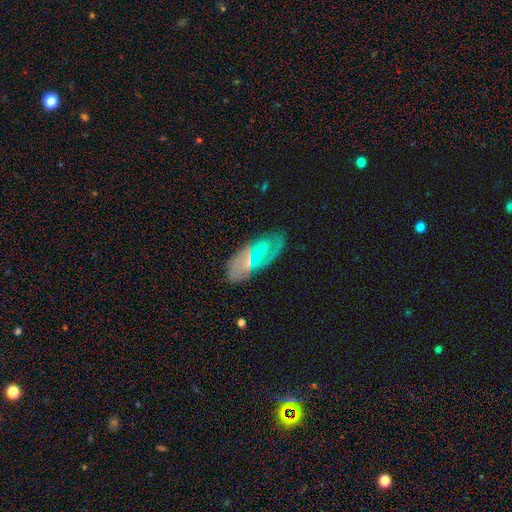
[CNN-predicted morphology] Smooth or featured?
  - featured or disk: 59% *
  - smooth: 31%
  - star or artifact: 10%
Edge-on disk?
  - no: 86% *
  - yes: 14%
Bar?
  - weak: 39% *
  - no: 33%
  - strong: 27%
Spiral arms?
  - yes: 57% *
  - no: 43%
Bulge size?
  - small: 45% *
  - moderate: 34%
  - none: 14%
  - large: 5%
  - dominant: 2%
Merging?
  - none: 62% *
  - minor disturbance: 20%
  - major disturbance: 10%
  - merger: 7%